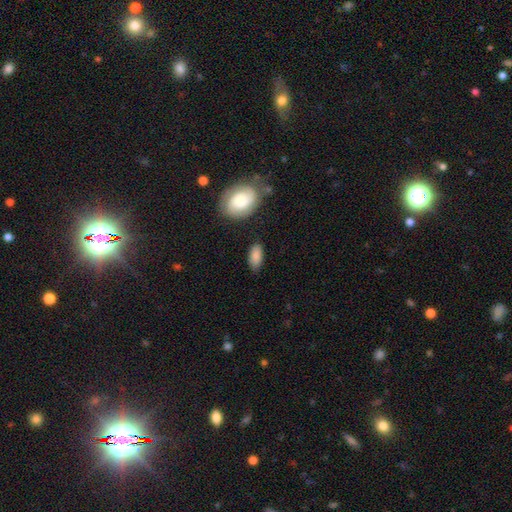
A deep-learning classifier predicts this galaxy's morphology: Q: Smooth or featured?
A: smooth (86%); runner-up: featured or disk (8%)
Q: How rounded?
A: in between (89%); runner-up: cigar-shaped (7%)
Q: Merging?
A: none (80%); runner-up: minor disturbance (13%)